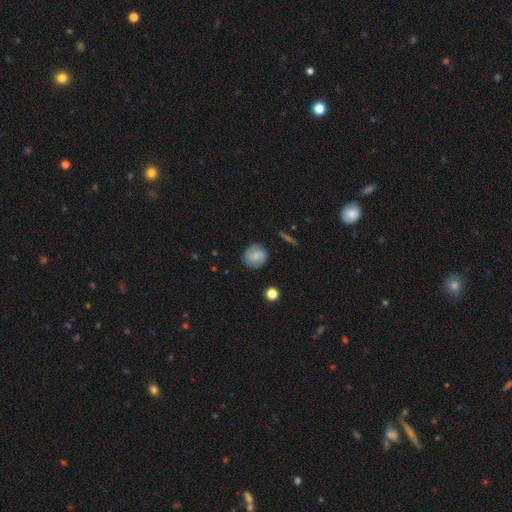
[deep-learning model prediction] This is possibly a smooth galaxy (56%). How rounded: clearly round (87%). Merging: clearly none (84%).